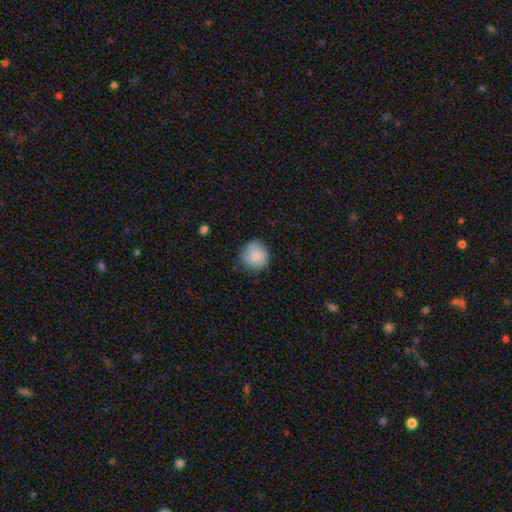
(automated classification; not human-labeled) Smooth or featured? smooth (78%)
How rounded? round (91%)
Merging? none (79%)